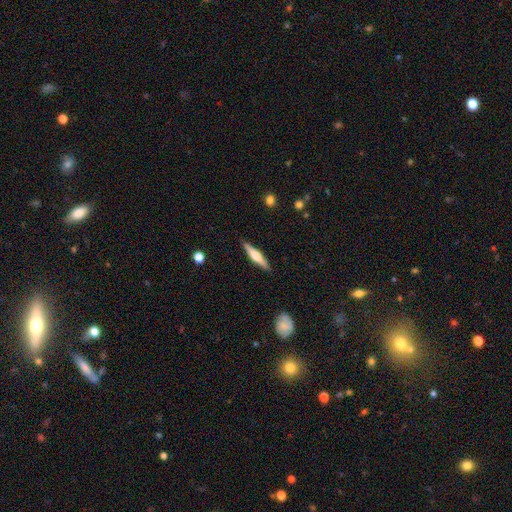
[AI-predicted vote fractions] Smooth or featured? featured or disk (64%)
Edge-on disk? yes (97%)
Edge-on bulge? rounded (83%)
Merging? none (89%)